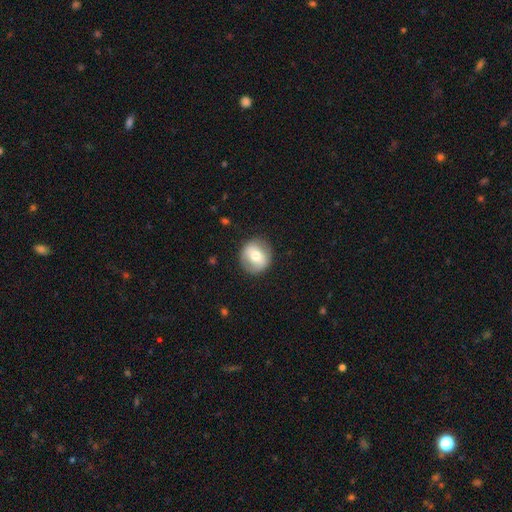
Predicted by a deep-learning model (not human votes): Smooth or featured? Predicted: smooth (p=0.61). How rounded? Predicted: round (p=0.86). Merging? Predicted: none (p=0.86).